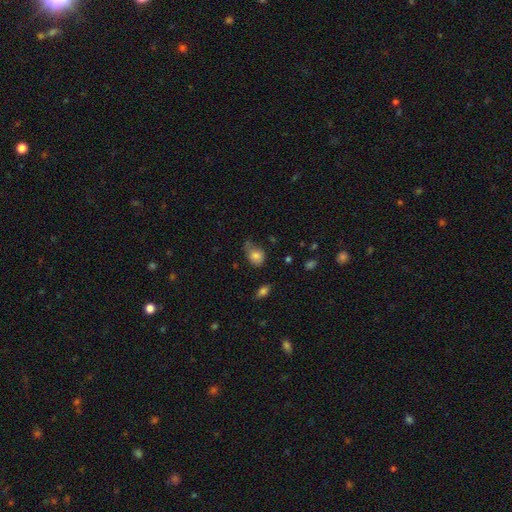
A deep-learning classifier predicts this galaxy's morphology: This appears to be a smooth galaxy with no disk features (79%) that is in between round and cigar-shaped (62%). Merging: minor disturbance (41%).